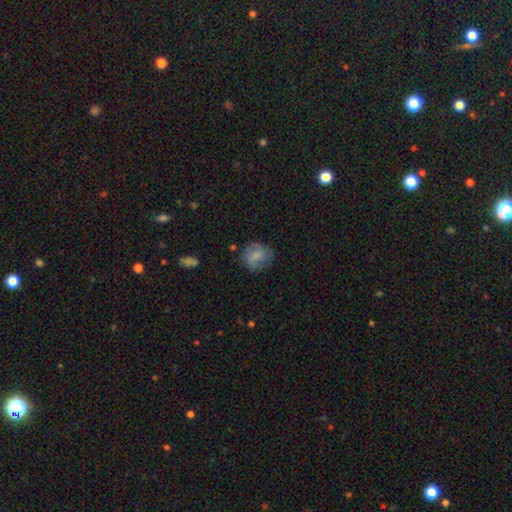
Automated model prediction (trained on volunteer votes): Smooth or featured? smooth (69%)
How rounded? round (76%)
Merging? none (66%)